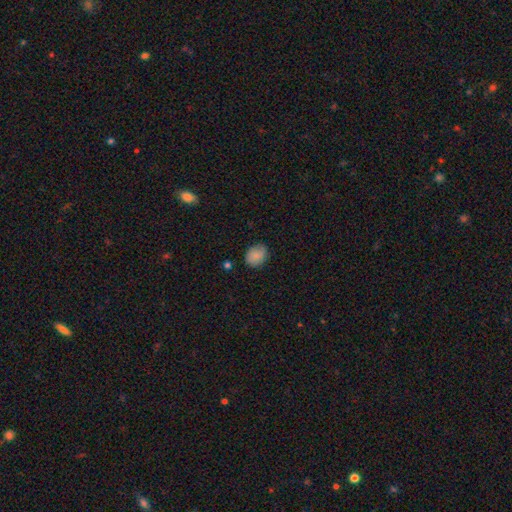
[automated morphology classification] A smooth galaxy with no disk features (87%) that is in between round and cigar-shaped (50%).

Vote fractions:
- Smooth or featured? smooth: 87% / star or artifact: 8% / featured or disk: 5%
- How rounded? in between: 50% / round: 49% / cigar-shaped: 1%
- Merging? none: 79% / minor disturbance: 17% / major disturbance: 3% / merger: 1%